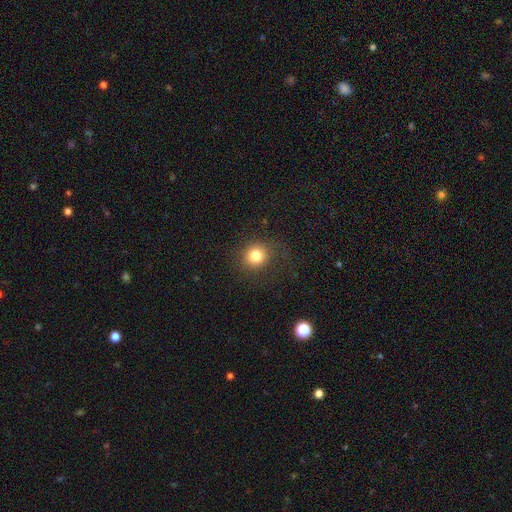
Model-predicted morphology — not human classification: smooth_or_featured: smooth (p=0.81) [alt: star or artifact p=0.12]
how_rounded: round (p=0.89) [alt: in between p=0.10]
merging: none (p=0.84) [alt: minor disturbance p=0.10]